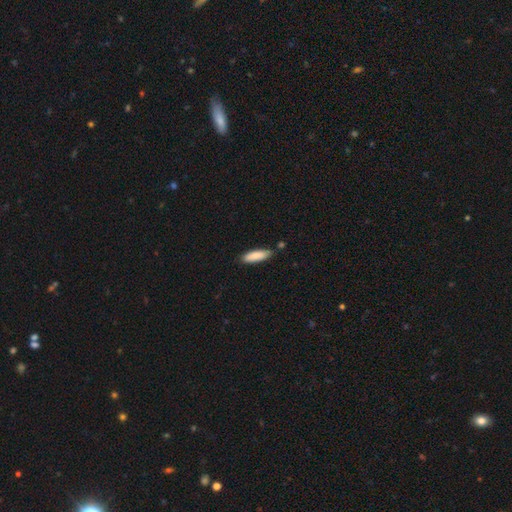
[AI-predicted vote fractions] Smooth or featured?
  - smooth: 86% *
  - featured or disk: 9%
  - star or artifact: 6%
How rounded?
  - cigar-shaped: 54% *
  - in between: 45%
  - round: 1%
Merging?
  - none: 74% *
  - minor disturbance: 17%
  - merger: 6%
  - major disturbance: 3%